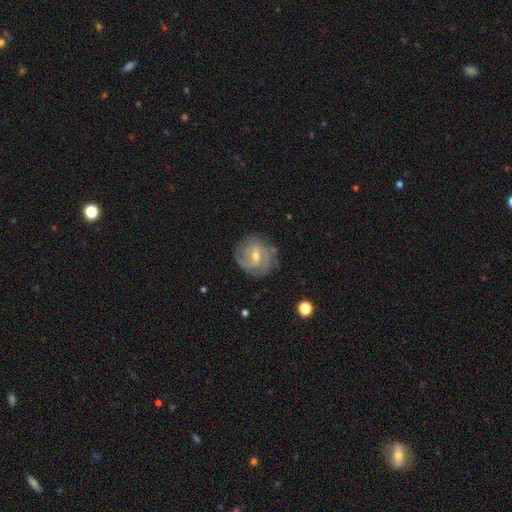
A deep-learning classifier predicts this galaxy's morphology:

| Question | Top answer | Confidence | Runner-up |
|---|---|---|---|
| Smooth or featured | featured or disk | 78% | smooth (15%) |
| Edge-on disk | no | 97% | yes (3%) |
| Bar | weak | 57% | no (27%) |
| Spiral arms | yes | 91% | no (9%) |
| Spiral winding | tight | 48% | medium (37%) |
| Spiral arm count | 2 | 43% | can't tell (27%) |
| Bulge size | moderate | 49% | small (48%) |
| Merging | none | 77% | minor disturbance (16%) |